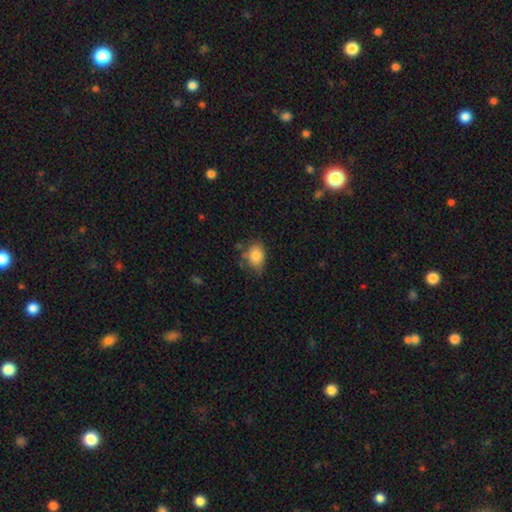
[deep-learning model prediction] smooth-or-featured: smooth: 82% | star or artifact: 9% | featured or disk: 9%
  how-rounded: in between: 67% | round: 31% | cigar-shaped: 1%
  merging: none: 59% | minor disturbance: 30% | major disturbance: 7% | merger: 4%